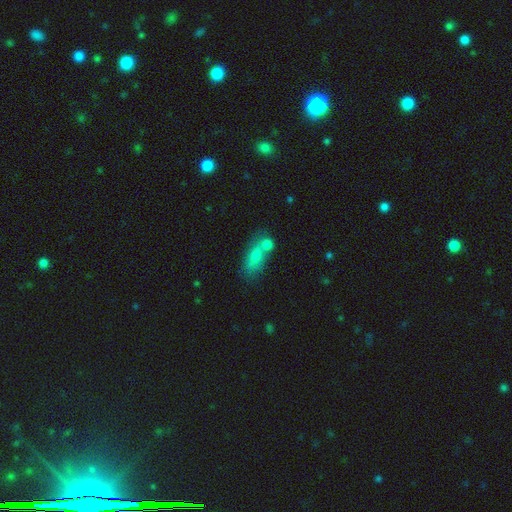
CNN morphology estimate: Q: Smooth or featured?
A: smooth (69%); runner-up: featured or disk (19%)
Q: How rounded?
A: in between (72%); runner-up: cigar-shaped (18%)
Q: Merging?
A: none (50%); runner-up: merger (30%)